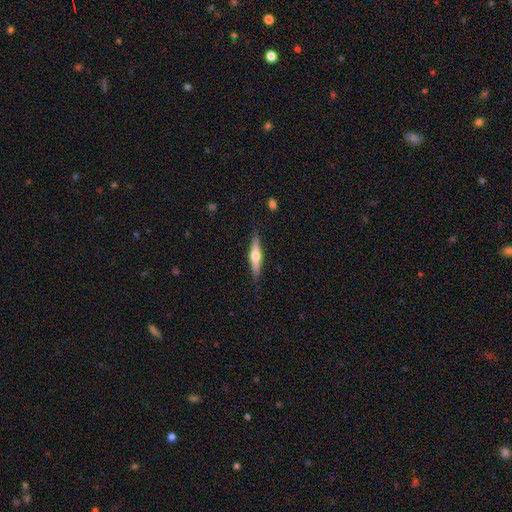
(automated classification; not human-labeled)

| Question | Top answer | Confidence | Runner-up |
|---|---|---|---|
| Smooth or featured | featured or disk | 63% | smooth (31%) |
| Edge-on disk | yes | 96% | no (4%) |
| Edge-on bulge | rounded | 93% | boxy (4%) |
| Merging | none | 87% | minor disturbance (10%) |